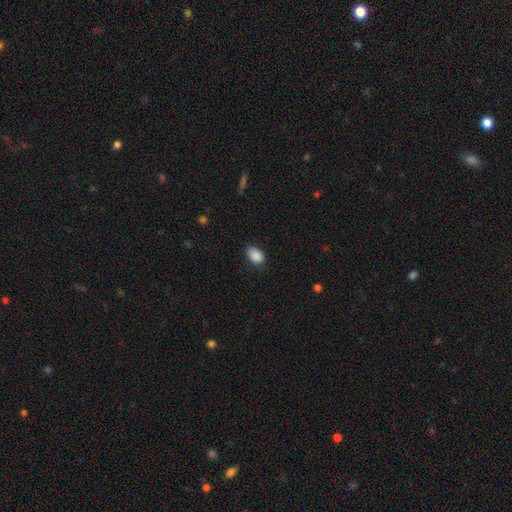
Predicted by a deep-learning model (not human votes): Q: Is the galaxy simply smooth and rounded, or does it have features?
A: smooth — 89%.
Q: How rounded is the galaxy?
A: in between — 83%.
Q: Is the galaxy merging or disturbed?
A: none — 75%.